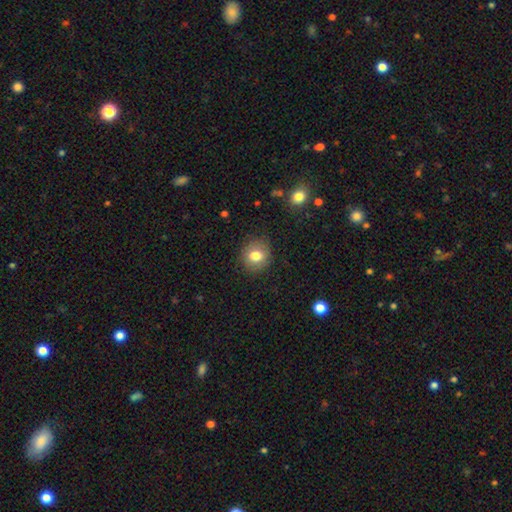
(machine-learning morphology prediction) This appears to be a smooth galaxy with no disk features (80%) that is round (79%). Merging: none (85%).